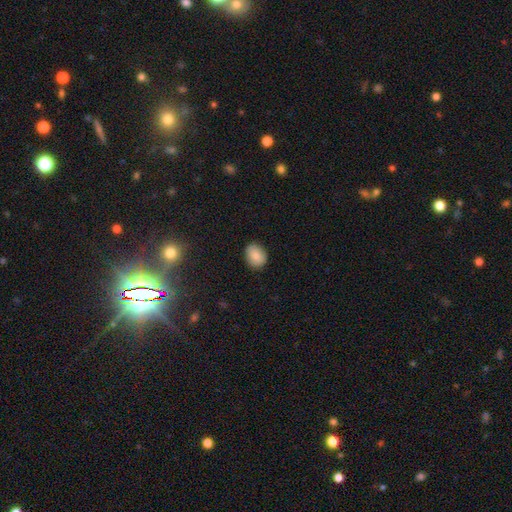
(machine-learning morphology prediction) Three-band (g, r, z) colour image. It shows a smooth galaxy with no disk features (86%) that is in between round and cigar-shaped (62%). Merging: none (86%).